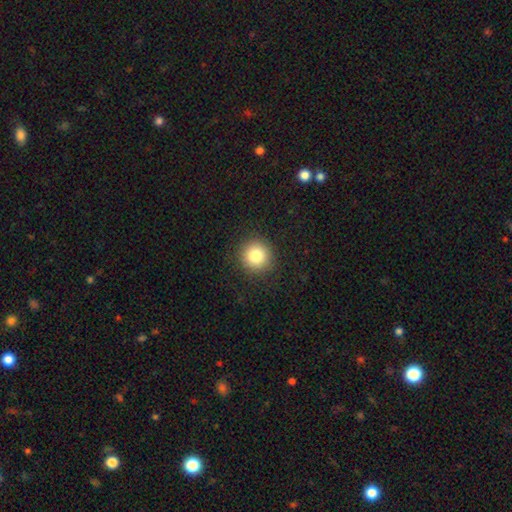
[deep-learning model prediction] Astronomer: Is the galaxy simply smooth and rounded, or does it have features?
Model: smooth — 83%.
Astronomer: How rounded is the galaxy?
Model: round — 95%.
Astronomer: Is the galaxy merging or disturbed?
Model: none — 91%.